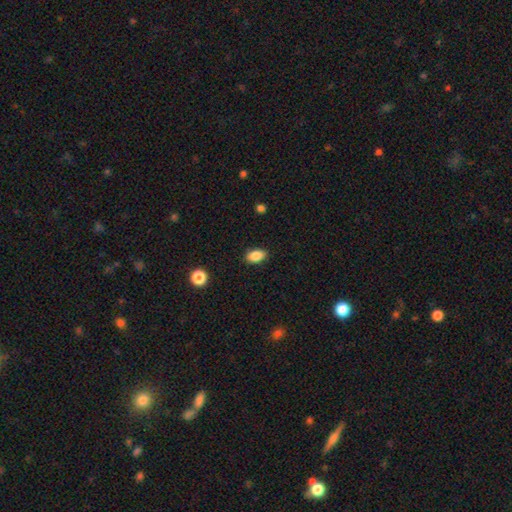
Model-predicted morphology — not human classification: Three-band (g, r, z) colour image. It shows a smooth galaxy with no disk features (87%) that is in between round and cigar-shaped (90%). Merging: none (87%).